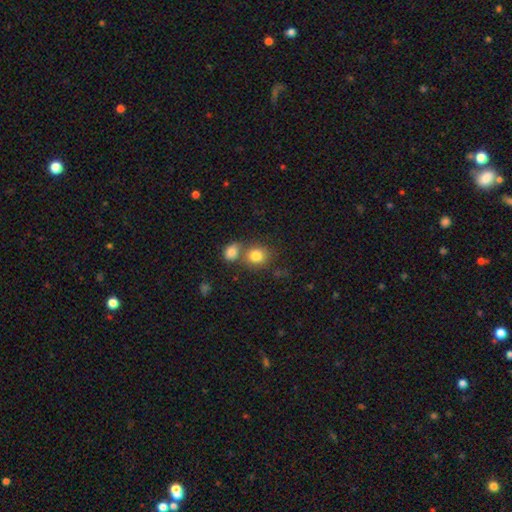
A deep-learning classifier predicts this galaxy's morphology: This is clearly a smooth galaxy (82%). How rounded: likely round (72%). Merging: possibly none (53%).